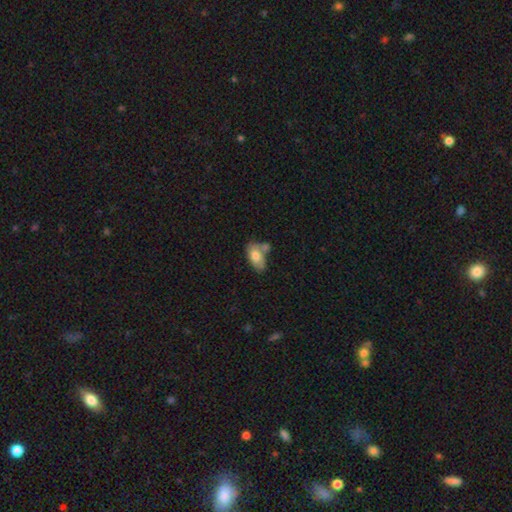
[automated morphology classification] This appears to be a smooth galaxy with no disk features (72%) that is in between round and cigar-shaped (92%). Merging: none (38%).